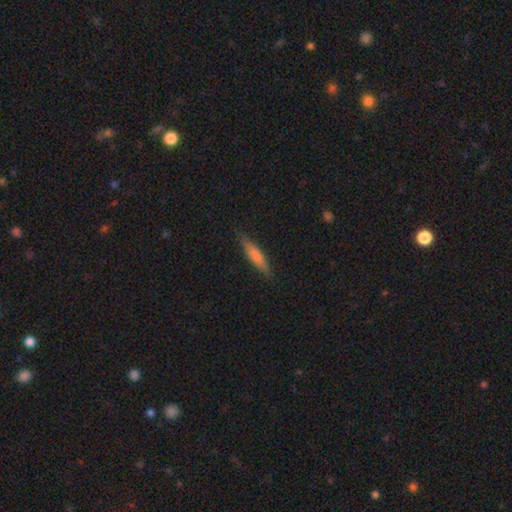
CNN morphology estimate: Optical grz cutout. It shows a smooth galaxy with no disk features (75%) that is cigar-shaped (81%). Merging: none (86%).